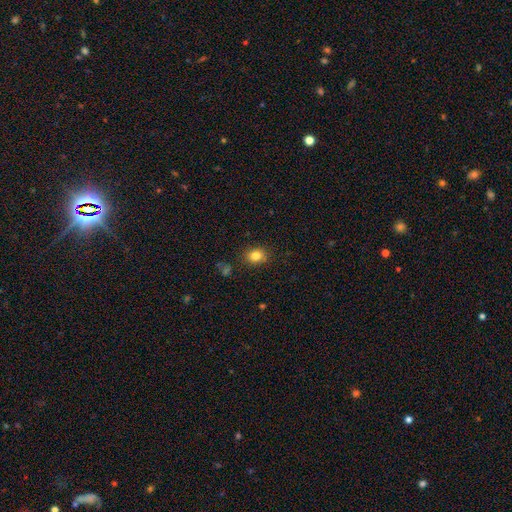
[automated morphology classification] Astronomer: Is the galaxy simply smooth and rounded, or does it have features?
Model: smooth — 83%.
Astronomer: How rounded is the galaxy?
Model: round — 55% (runner-up: in between, 44%).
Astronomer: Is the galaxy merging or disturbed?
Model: none — 86%.